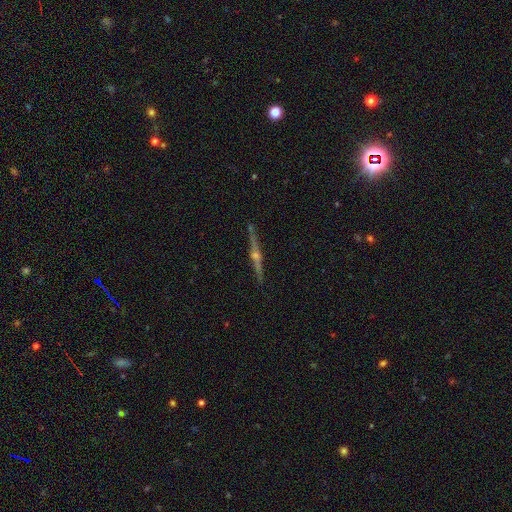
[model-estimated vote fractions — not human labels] Smooth or featured? featured or disk (86%)
Edge-on disk? yes (98%)
Edge-on bulge? rounded (92%)
Merging? none (91%)